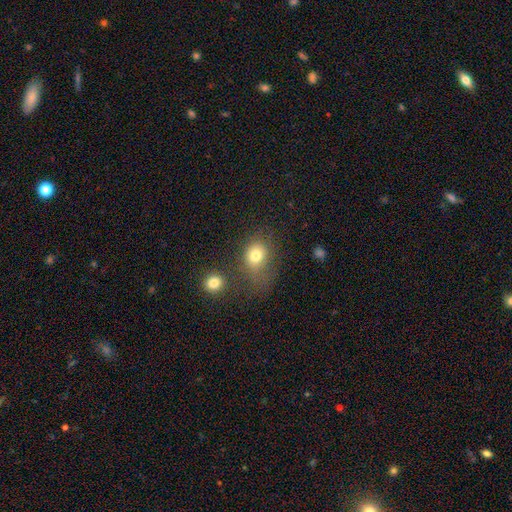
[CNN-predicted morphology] Smooth or featured? smooth (78%)
How rounded? round (56%)
Merging? none (47%)